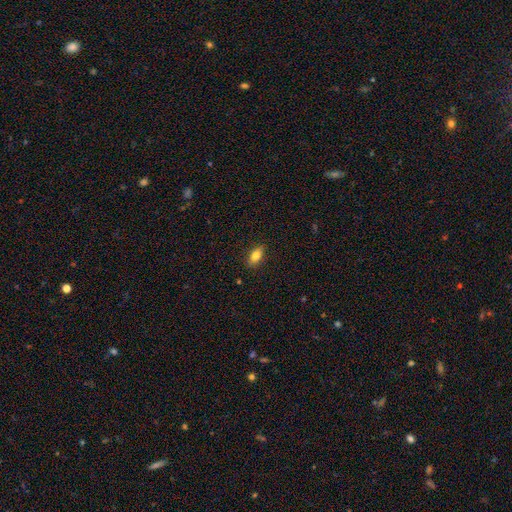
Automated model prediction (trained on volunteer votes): smooth 81%, featured or disk 11%, star or artifact 8%. Down the decision tree: how rounded — in between (87%); merging — none (88%).